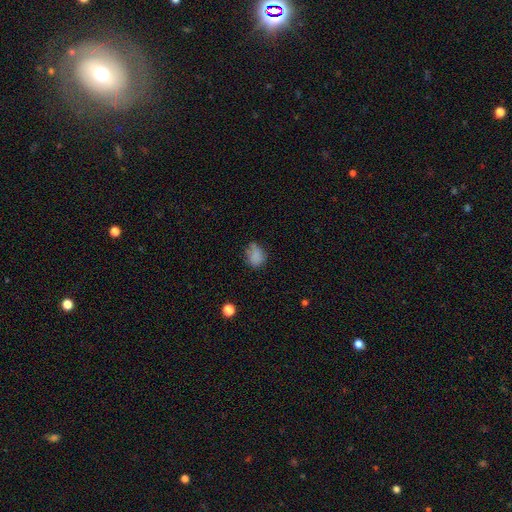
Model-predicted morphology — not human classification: Q: Smooth or featured?
A: smooth (78%); runner-up: star or artifact (12%)
Q: How rounded?
A: round (53%); runner-up: in between (46%)
Q: Merging?
A: none (54%); runner-up: minor disturbance (29%)